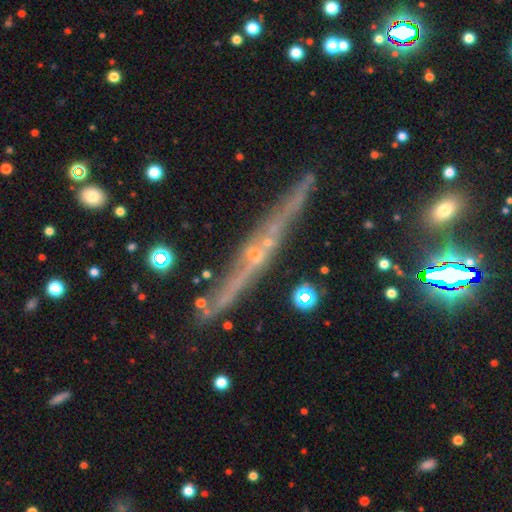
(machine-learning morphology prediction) A featured or disk galaxy (71%) viewed edge-on (95%) with a rounded central bulge (57%). Merging: none (83%).